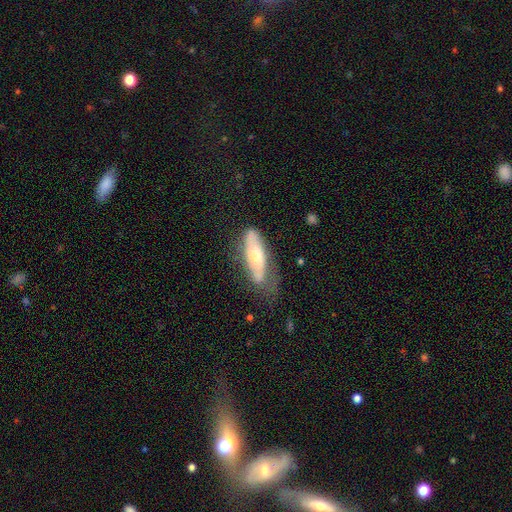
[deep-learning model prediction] The model was most divided on "smooth or featured": featured or disk: 48%, smooth: 46%, star or artifact: 6%. More confident: merging — none (51%).